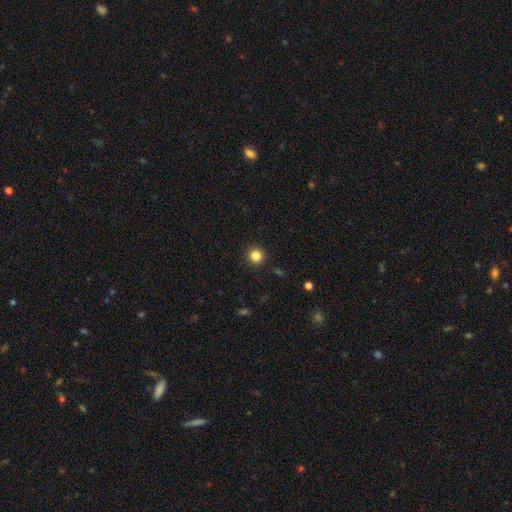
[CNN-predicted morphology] Smooth or featured? Predicted: smooth (p=0.85). How rounded? Predicted: round (p=0.94). Merging? Predicted: none (p=0.92).